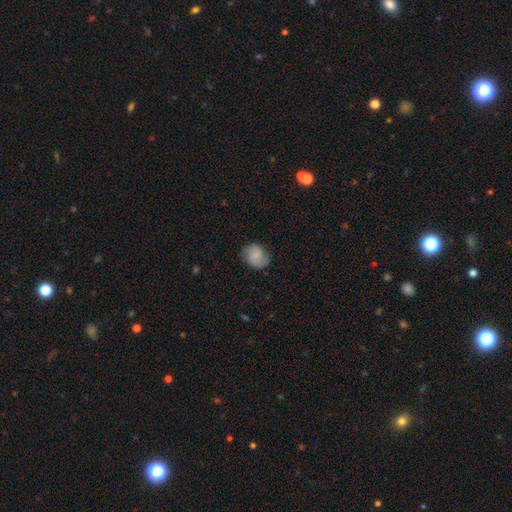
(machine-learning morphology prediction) Q: Smooth or featured?
A: smooth (64%); runner-up: featured or disk (28%)
Q: How rounded?
A: round (63%); runner-up: in between (36%)
Q: Merging?
A: none (71%); runner-up: minor disturbance (21%)